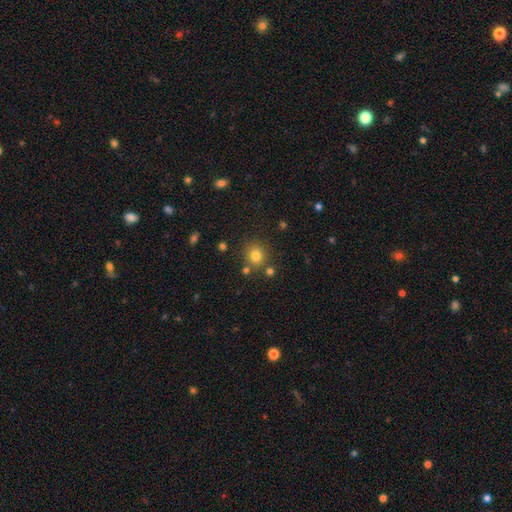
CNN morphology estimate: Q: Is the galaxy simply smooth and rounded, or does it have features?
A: smooth — 79%.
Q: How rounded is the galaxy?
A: round — 86%.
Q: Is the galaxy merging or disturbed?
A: none — 80%.